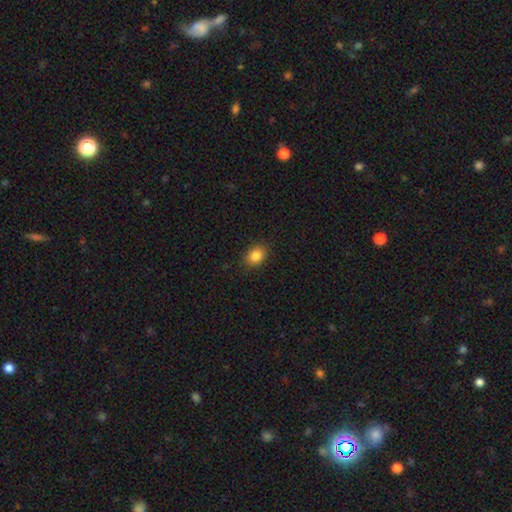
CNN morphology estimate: Overall: smooth (85%). How rounded: in between (62%; round 37%). Merging: none (89%).